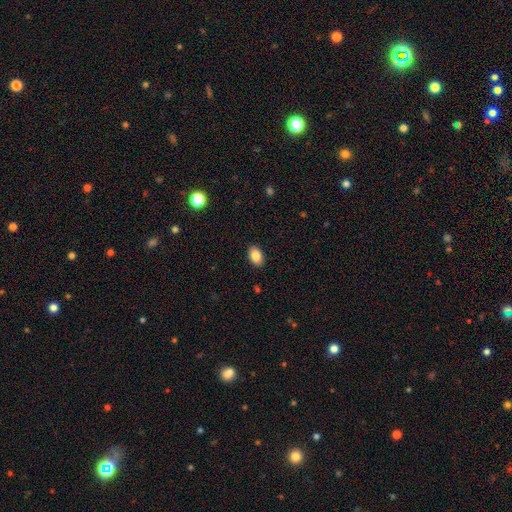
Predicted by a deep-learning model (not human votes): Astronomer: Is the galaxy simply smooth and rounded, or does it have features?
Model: smooth — 87%.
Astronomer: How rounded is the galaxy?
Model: in between — 87%.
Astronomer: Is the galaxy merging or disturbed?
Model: none — 89%.